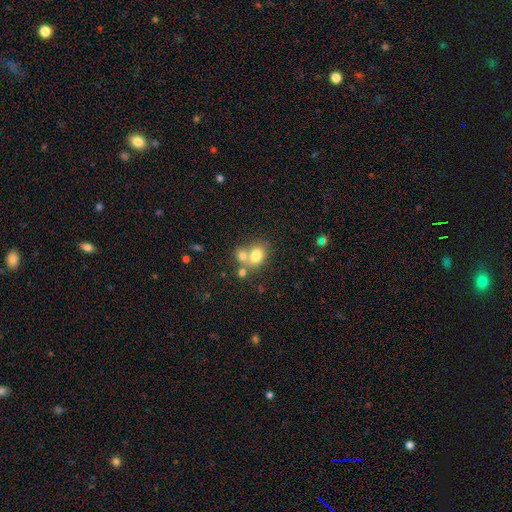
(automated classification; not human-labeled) Smooth or featured? Predicted: smooth (p=0.74). How rounded? Predicted: in between (p=0.54). Merging? Predicted: merger (p=0.47).